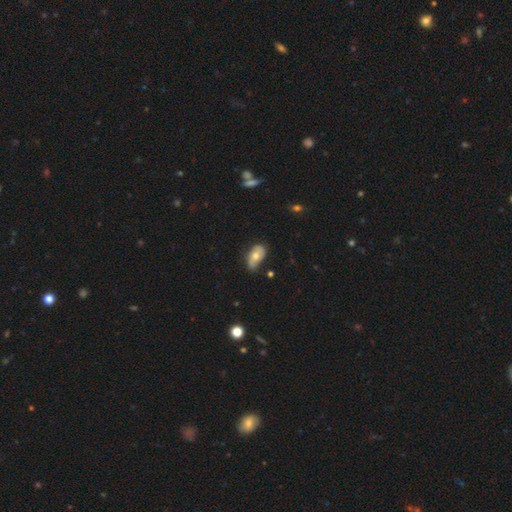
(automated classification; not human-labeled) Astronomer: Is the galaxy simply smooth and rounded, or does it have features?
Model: smooth — 56% (runner-up: featured or disk, 36%).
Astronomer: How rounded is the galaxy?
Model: in between — 91%.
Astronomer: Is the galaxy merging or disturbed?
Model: minor disturbance — 43% (runner-up: none, 42%).